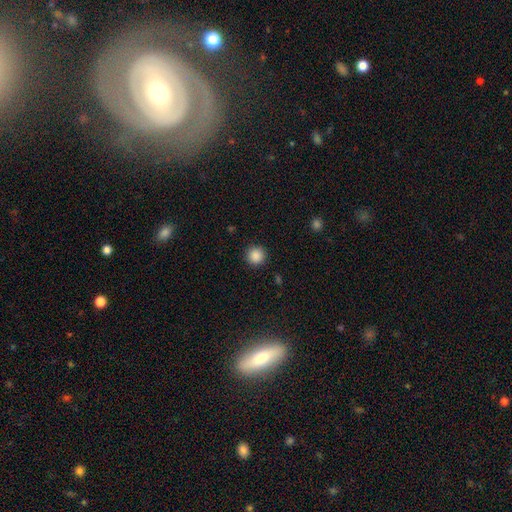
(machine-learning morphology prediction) smooth 87%, star or artifact 10%, featured or disk 3%. Down the decision tree: how rounded — round (95%); merging — none (91%).